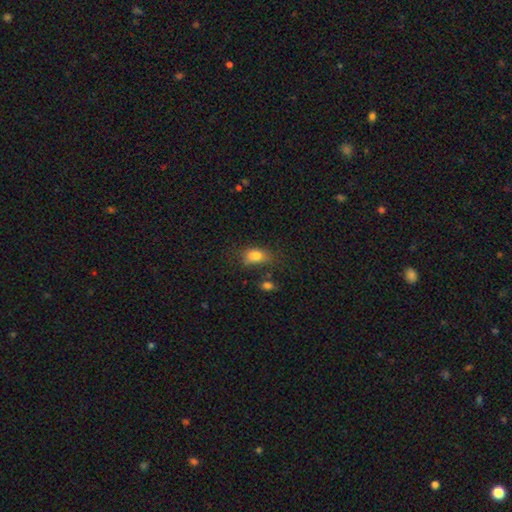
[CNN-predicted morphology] A smooth galaxy with no disk features (81%) that is in between round and cigar-shaped (79%).

Vote fractions:
- Smooth or featured? smooth: 81% / star or artifact: 10% / featured or disk: 9%
- How rounded? in between: 79% / round: 19% / cigar-shaped: 2%
- Merging? none: 48% / minor disturbance: 29% / major disturbance: 15% / merger: 8%